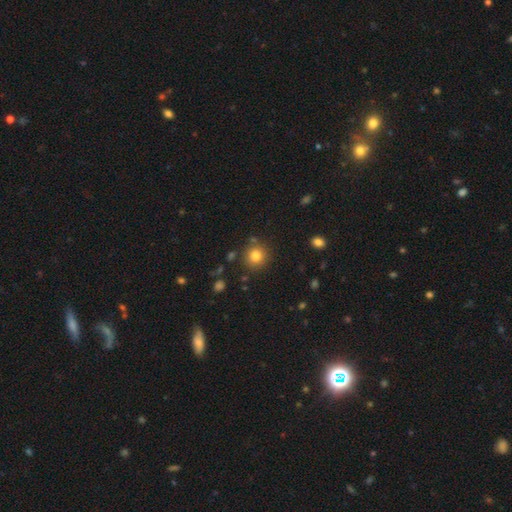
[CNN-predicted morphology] Overall: smooth (80%). How rounded: round (91%). Merging: none (84%).